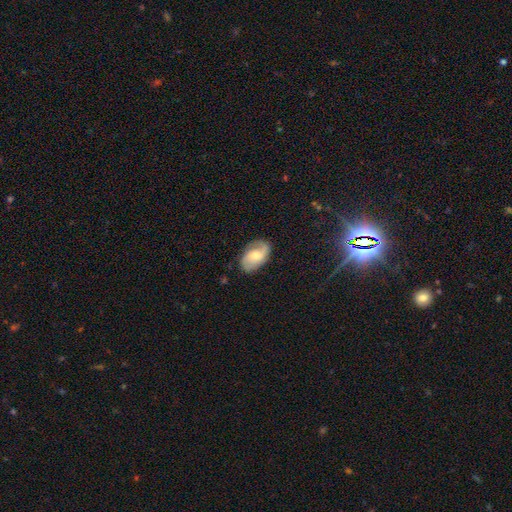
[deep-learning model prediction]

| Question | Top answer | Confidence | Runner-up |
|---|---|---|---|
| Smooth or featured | featured or disk | 64% | smooth (30%) |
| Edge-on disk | no | 96% | yes (4%) |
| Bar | no | 54% | weak (39%) |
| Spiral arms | yes | 91% | no (9%) |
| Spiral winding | medium | 43% | loose (36%) |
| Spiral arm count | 2 | 81% | can't tell (8%) |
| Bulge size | moderate | 53% | small (37%) |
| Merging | none | 76% | minor disturbance (17%) |